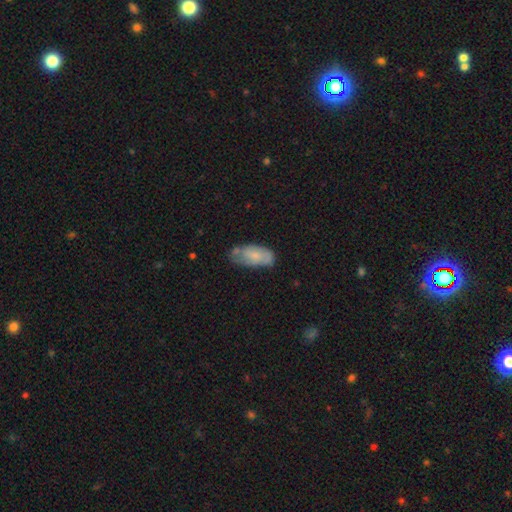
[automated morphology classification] Smooth or featured?
  - smooth: 57% *
  - featured or disk: 36%
  - star or artifact: 7%
How rounded?
  - in between: 91% *
  - cigar-shaped: 6%
  - round: 3%
Merging?
  - none: 45% *
  - minor disturbance: 36%
  - major disturbance: 12%
  - merger: 7%